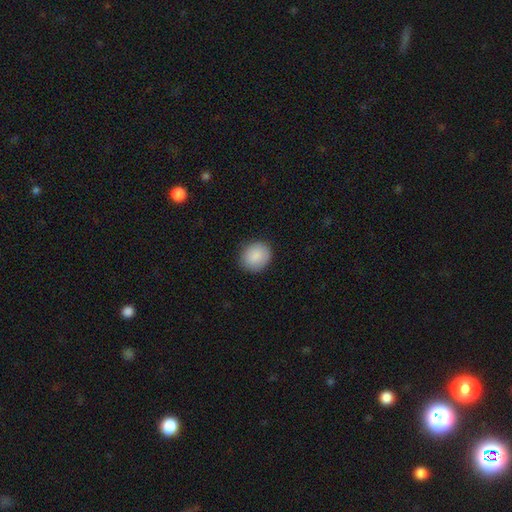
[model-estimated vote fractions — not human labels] Smooth or featured? Predicted: smooth (p=0.89). How rounded? Predicted: round (p=0.76). Merging? Predicted: none (p=0.88).